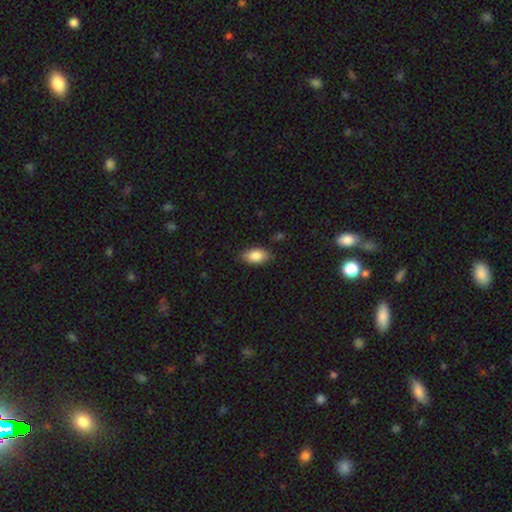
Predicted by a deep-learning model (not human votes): smooth 86%, featured or disk 7%, star or artifact 7%. Down the decision tree: how rounded — in between (92%); merging — none (82%).